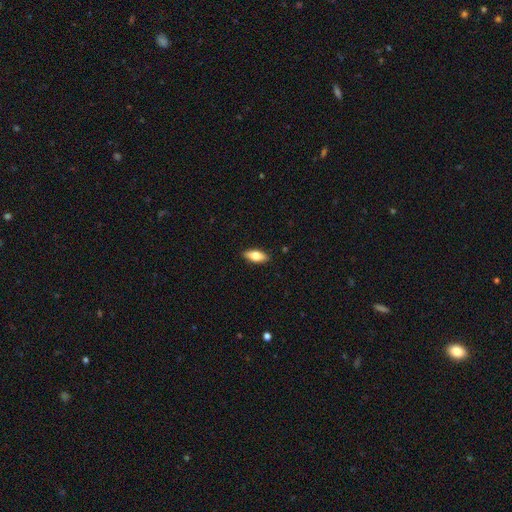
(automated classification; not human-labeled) Morphology: type=smooth (71%); roundness=in between (80%); merging=none (89%).